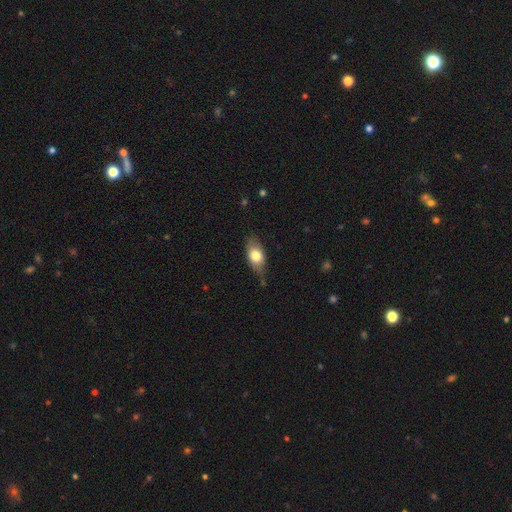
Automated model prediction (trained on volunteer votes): Q: Smooth or featured?
A: smooth (73%); runner-up: featured or disk (21%)
Q: How rounded?
A: in between (86%); runner-up: round (7%)
Q: Merging?
A: none (72%); runner-up: minor disturbance (21%)